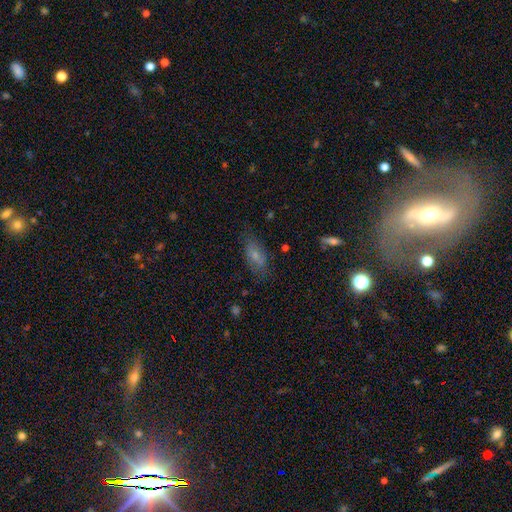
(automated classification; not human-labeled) This is likely a smooth galaxy (61%). How rounded: clearly in between (82%). Merging: likely none (68%).